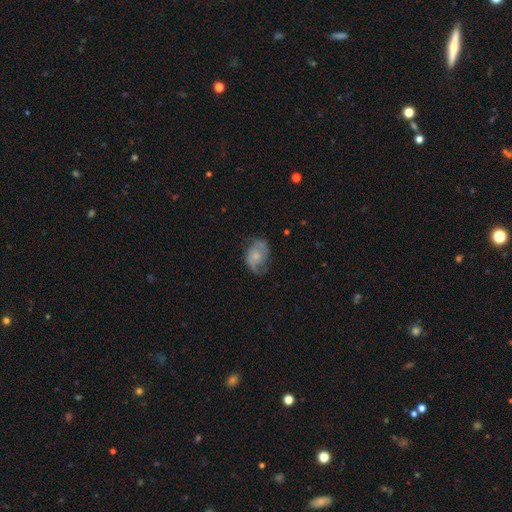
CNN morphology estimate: type=featured or disk (65%); edge-on=no (97%); bar=no (71%); spiral arms=yes (86%); winding=medium (44%); arm count=2 (80%); bulge=small (51%); merging=none (59%).